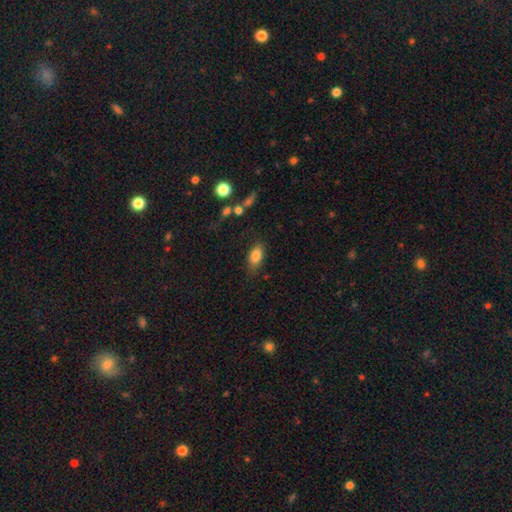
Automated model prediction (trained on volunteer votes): smooth 82%, featured or disk 10%, star or artifact 8%. Down the decision tree: how rounded — in between (87%); merging — none (75%).